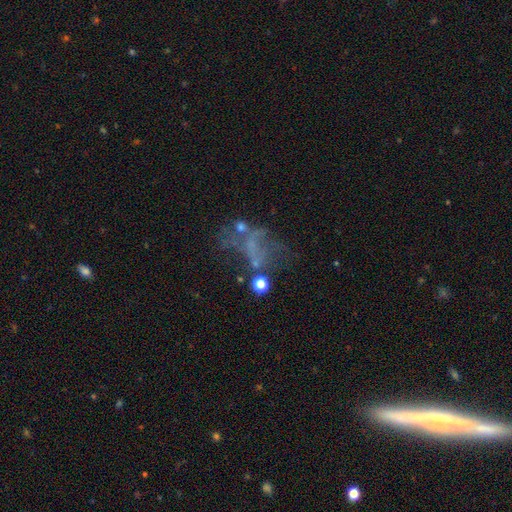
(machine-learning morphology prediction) Overall: featured or disk (47%; star or artifact 28%). Merging: major disturbance (40%; none 31%).